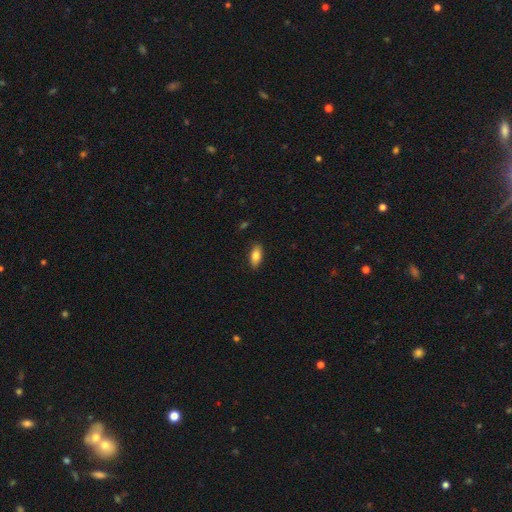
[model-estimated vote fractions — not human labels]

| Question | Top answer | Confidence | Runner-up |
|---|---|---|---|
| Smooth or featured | smooth | 82% | featured or disk (11%) |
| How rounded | in between | 87% | cigar-shaped (10%) |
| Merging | none | 87% | minor disturbance (10%) |